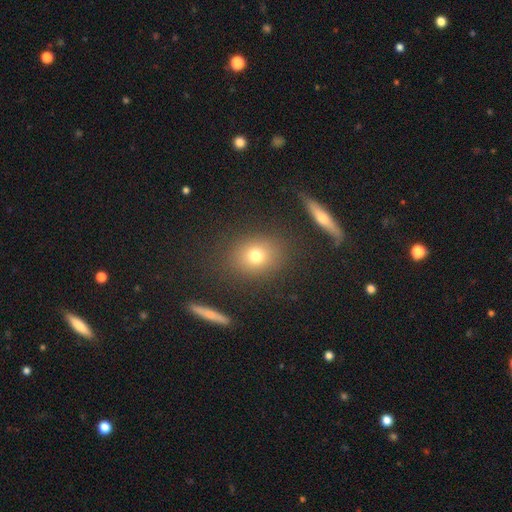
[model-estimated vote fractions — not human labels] A smooth galaxy with no disk features (74%) that is round (63%).

Vote fractions:
- Smooth or featured? smooth: 74% / star or artifact: 14% / featured or disk: 12%
- How rounded? round: 63% / in between: 35% / cigar-shaped: 2%
- Merging? none: 83% / minor disturbance: 10% / major disturbance: 4% / merger: 3%